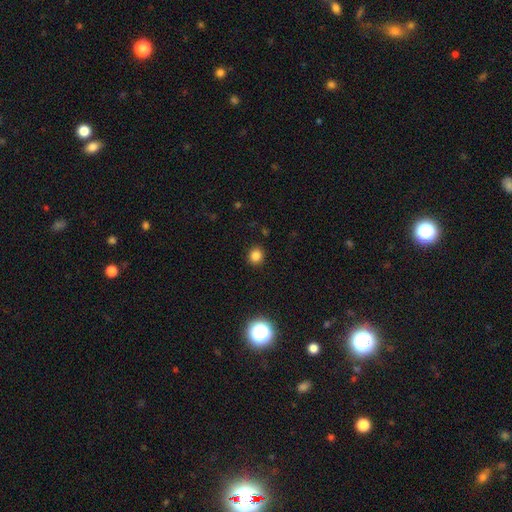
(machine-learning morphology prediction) The model was most divided on "smooth or featured": smooth: 82%, star or artifact: 14%, featured or disk: 4%. More confident: merging — none (90%); how rounded — round (85%).